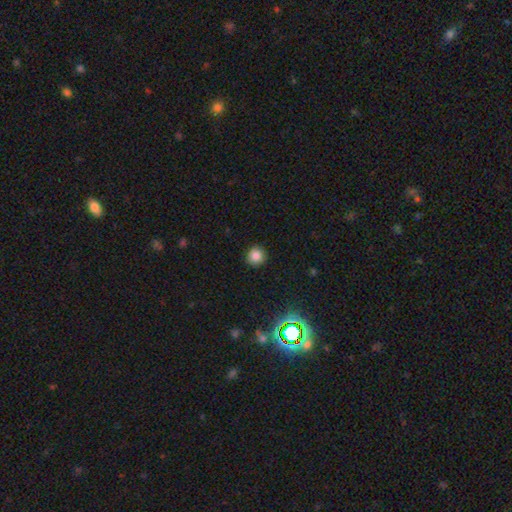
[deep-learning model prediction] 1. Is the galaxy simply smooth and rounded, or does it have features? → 83% smooth, 12% star or artifact, 5% featured or disk.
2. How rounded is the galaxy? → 93% round, 6% in between, 1% cigar-shaped.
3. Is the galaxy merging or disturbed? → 91% none, 6% minor disturbance, 2% major disturbance, 1% merger.